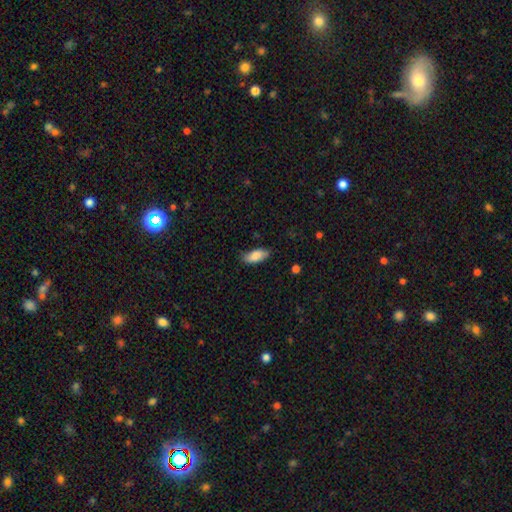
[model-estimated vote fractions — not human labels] Morphology: type=smooth (83%); roundness=in between (85%); merging=none (78%).